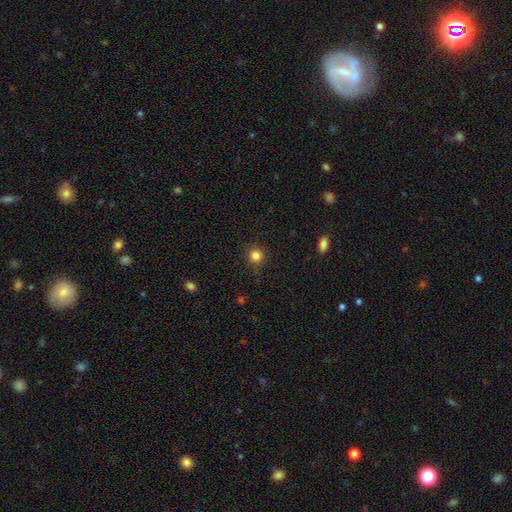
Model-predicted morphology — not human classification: smooth_or_featured: smooth (p=0.83) [alt: star or artifact p=0.13]
how_rounded: round (p=0.94) [alt: in between p=0.05]
merging: none (p=0.89) [alt: minor disturbance p=0.07]